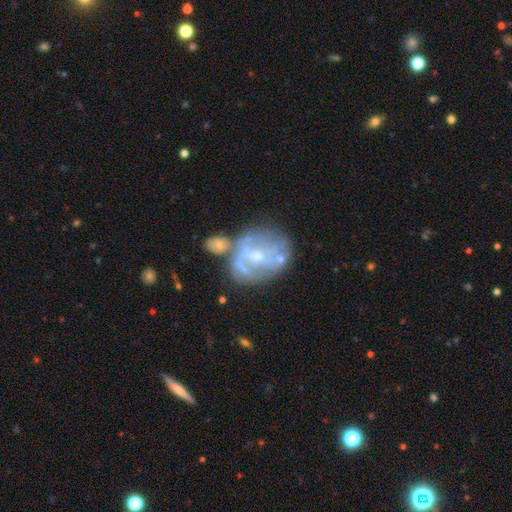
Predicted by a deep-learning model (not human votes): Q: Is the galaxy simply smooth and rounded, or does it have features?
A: featured or disk — 71%.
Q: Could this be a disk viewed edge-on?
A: no — 97%.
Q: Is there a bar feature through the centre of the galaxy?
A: no — 47%.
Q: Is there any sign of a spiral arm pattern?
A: yes — 53%.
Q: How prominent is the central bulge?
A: small — 56%.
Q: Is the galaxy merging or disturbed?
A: none — 37%.